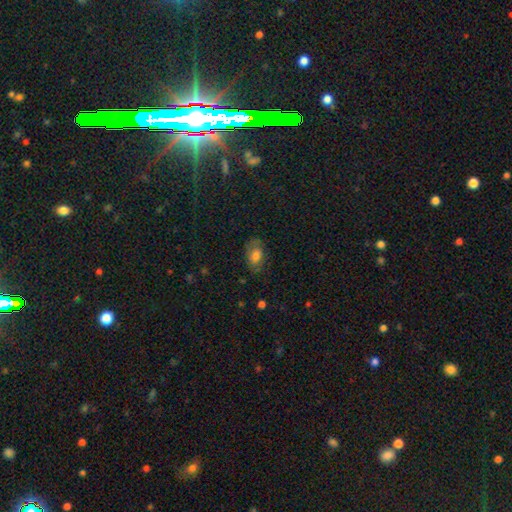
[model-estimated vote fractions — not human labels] Smooth or featured? Predicted: smooth (p=0.69). How rounded? Predicted: in between (p=0.88). Merging? Predicted: none (p=0.68).